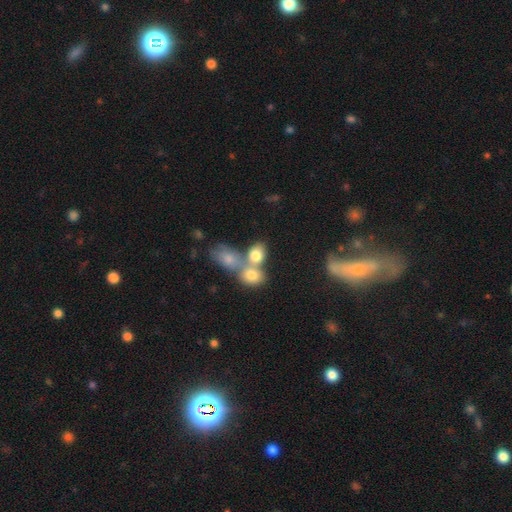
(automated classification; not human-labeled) This appears to be a smooth galaxy with no disk features (75%) that is in between round and cigar-shaped (68%). Merging: merger (55%).